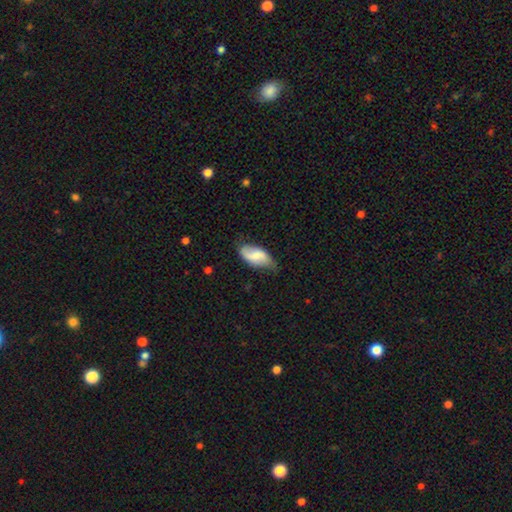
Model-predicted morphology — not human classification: Q: Smooth or featured?
A: smooth (53%); runner-up: featured or disk (40%)
Q: How rounded?
A: in between (92%); runner-up: cigar-shaped (5%)
Q: Merging?
A: none (59%); runner-up: minor disturbance (33%)